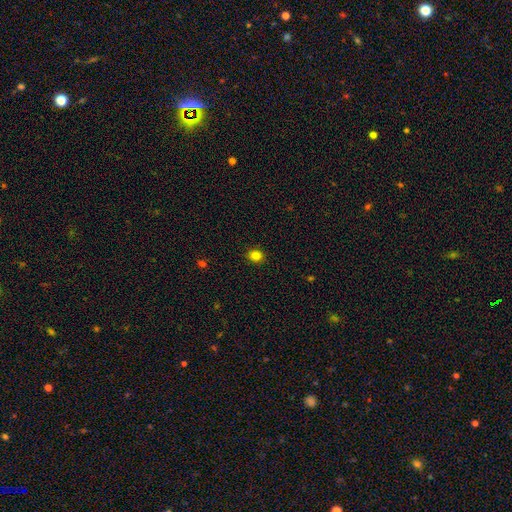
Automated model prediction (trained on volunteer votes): Overall: smooth (83%). How rounded: round (68%; in between 31%). Merging: none (91%).